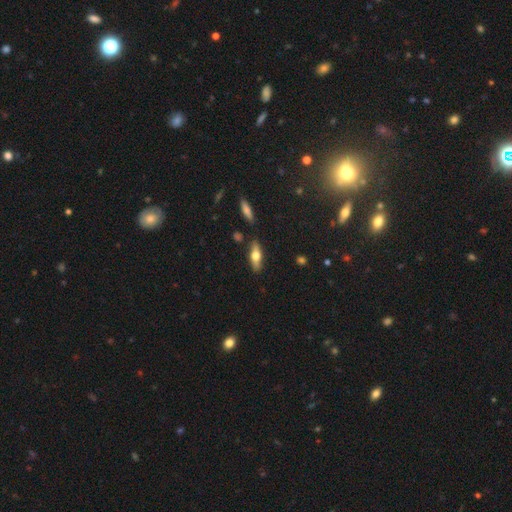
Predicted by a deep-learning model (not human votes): Smooth or featured: smooth — 53% (featured or disk — 41%)
How rounded: in between — 51% (cigar-shaped — 46%)
Merging: none — 83% (minor disturbance — 11%)